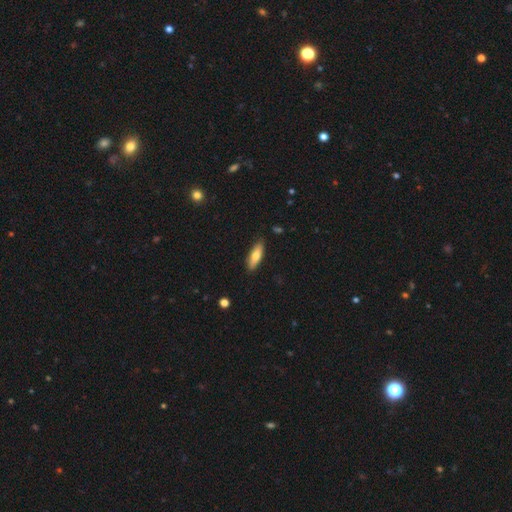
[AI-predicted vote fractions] Smooth or featured?
  - smooth: 72% *
  - featured or disk: 22%
  - star or artifact: 6%
How rounded?
  - in between: 51% *
  - cigar-shaped: 47%
  - round: 2%
Merging?
  - none: 86% *
  - minor disturbance: 11%
  - major disturbance: 2%
  - merger: 1%